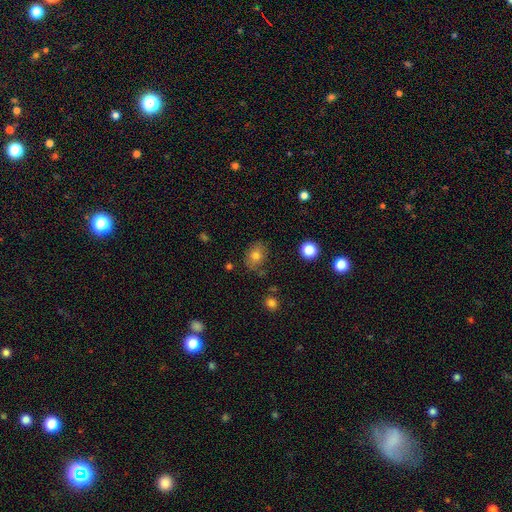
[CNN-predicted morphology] Smooth or featured? smooth (77%)
How rounded? in between (62%)
Merging? none (77%)